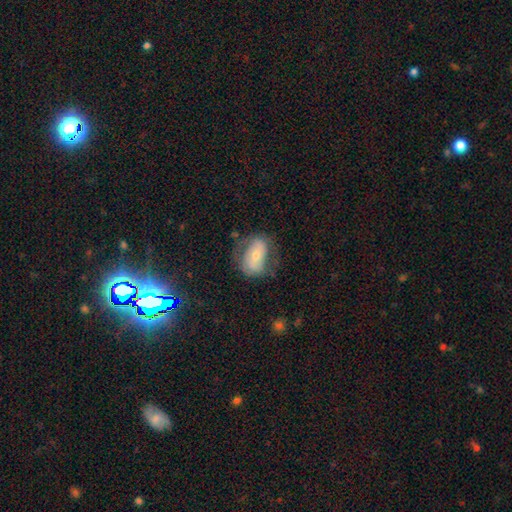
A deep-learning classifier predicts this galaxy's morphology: A smooth galaxy with no disk features (51%) that is in between round and cigar-shaped (86%). Merging: none (58%).